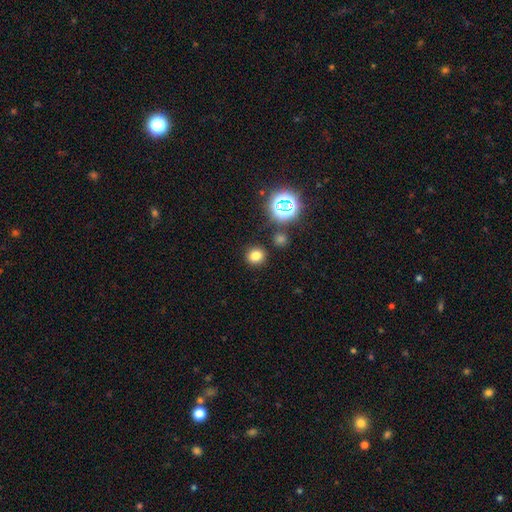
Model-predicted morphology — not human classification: A smooth galaxy with no disk features (75%) that is round (85%).

Vote fractions:
- Smooth or featured? smooth: 75% / star or artifact: 19% / featured or disk: 6%
- How rounded? round: 85% / in between: 14% / cigar-shaped: 1%
- Merging? none: 88% / minor disturbance: 6% / merger: 4% / major disturbance: 2%